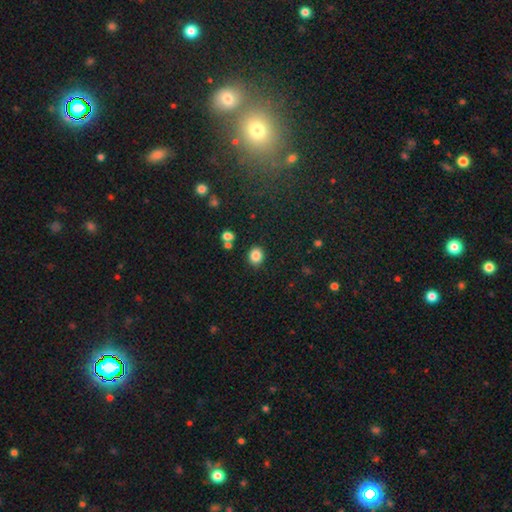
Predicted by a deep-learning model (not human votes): Smooth or featured? smooth (84%)
How rounded? round (66%)
Merging? none (86%)